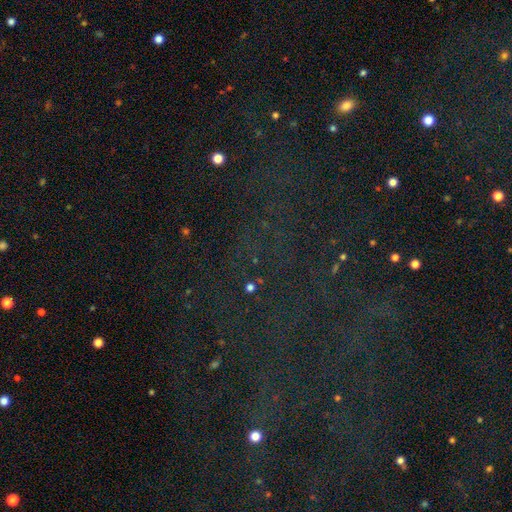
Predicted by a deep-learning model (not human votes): star or artifact 78%, smooth 13%, featured or disk 9%.